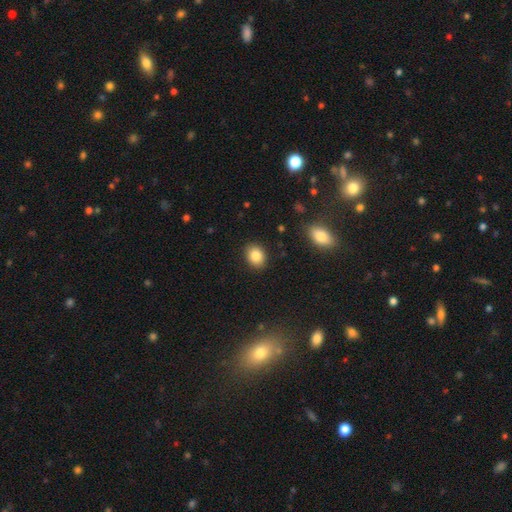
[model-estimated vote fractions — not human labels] A smooth galaxy with no disk features (85%) that is in between round and cigar-shaped (56%).

Vote fractions:
- Smooth or featured? smooth: 85% / star or artifact: 9% / featured or disk: 6%
- How rounded? in between: 56% / round: 43% / cigar-shaped: 1%
- Merging? none: 89% / minor disturbance: 8% / major disturbance: 2% / merger: 1%